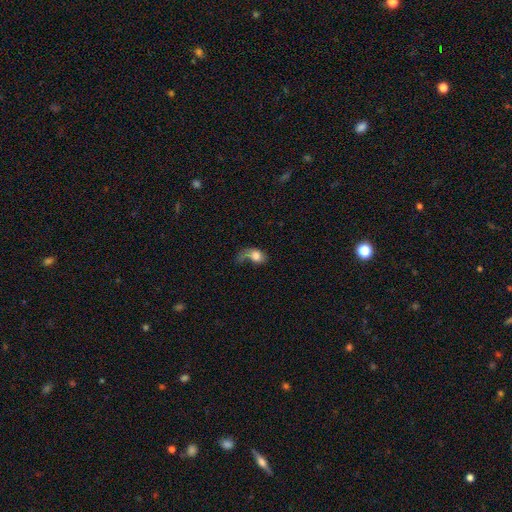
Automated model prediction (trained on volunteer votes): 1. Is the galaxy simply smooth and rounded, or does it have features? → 65% smooth, 26% featured or disk, 9% star or artifact.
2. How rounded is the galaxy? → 67% in between, 30% round, 3% cigar-shaped.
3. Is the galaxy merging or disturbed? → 51% major disturbance, 22% none, 20% minor disturbance, 7% merger.